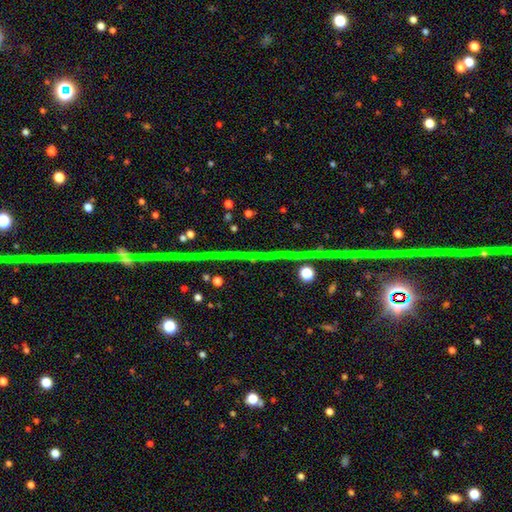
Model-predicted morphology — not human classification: Smooth or featured? star or artifact (70%)